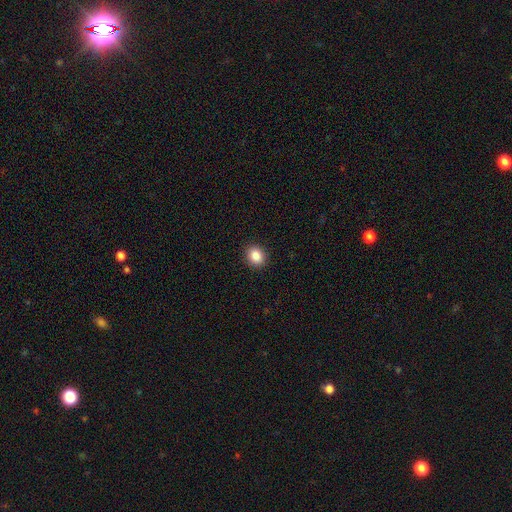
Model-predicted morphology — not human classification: A smooth galaxy with no disk features (86%) that is round (65%). Merging: none (91%).